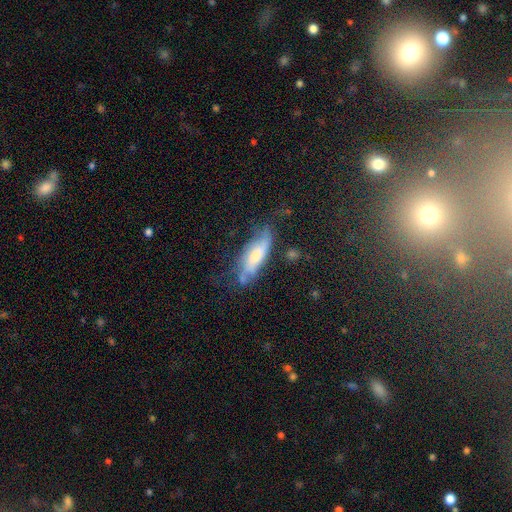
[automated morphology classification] Smooth or featured? smooth (54%)
How rounded? in between (49%)
Merging? none (53%)